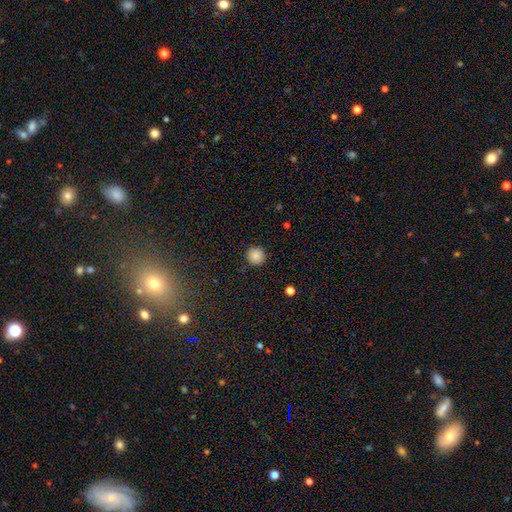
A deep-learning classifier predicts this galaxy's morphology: This is clearly a smooth galaxy (86%). How rounded: clearly round (94%). Merging: clearly none (90%).